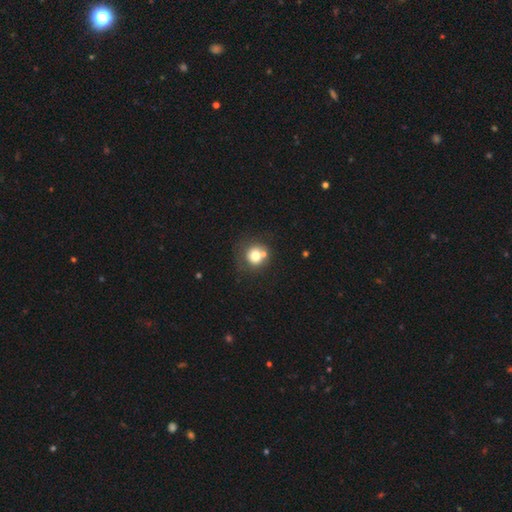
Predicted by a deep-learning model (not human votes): This appears to be a smooth galaxy with no disk features (73%) that is round (88%). Merging: none (56%).